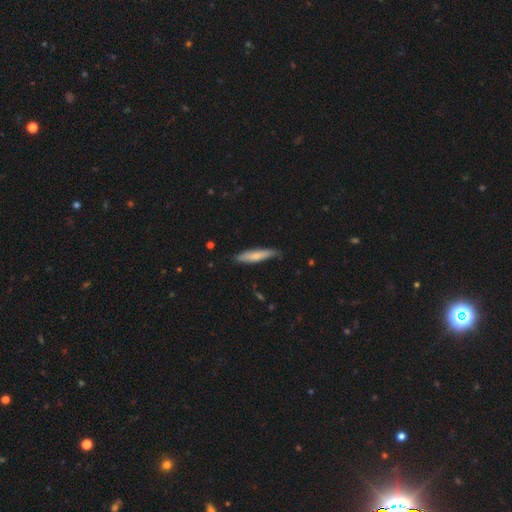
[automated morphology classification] Smooth or featured? smooth (72%)
How rounded? cigar-shaped (85%)
Merging? none (73%)